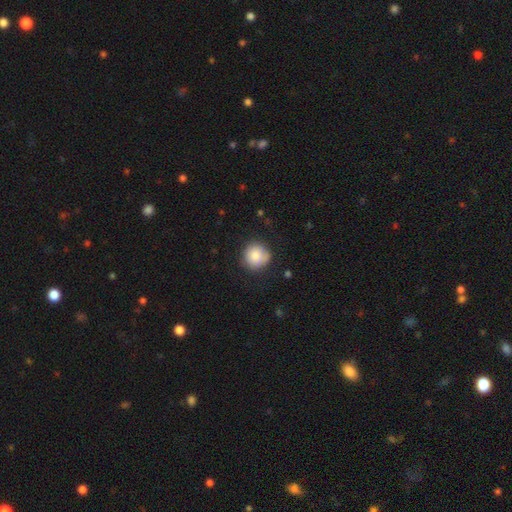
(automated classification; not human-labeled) Overall: smooth (84%). How rounded: round (93%). Merging: none (80%).